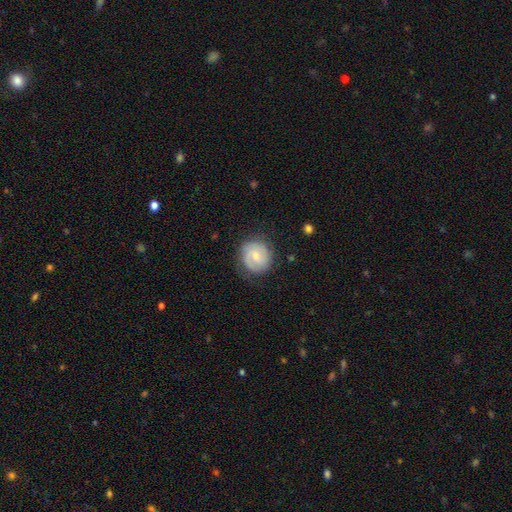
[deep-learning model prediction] Q: Smooth or featured?
A: featured or disk (56%); runner-up: smooth (38%)
Q: Edge-on disk?
A: no (98%); runner-up: yes (2%)
Q: Bar?
A: no (49%); runner-up: weak (43%)
Q: Spiral arms?
A: yes (84%); runner-up: no (16%)
Q: Bulge size?
A: small (49%); runner-up: moderate (46%)
Q: Merging?
A: none (76%); runner-up: minor disturbance (17%)